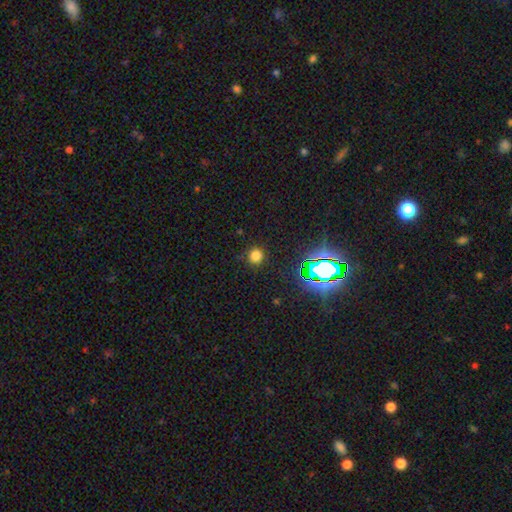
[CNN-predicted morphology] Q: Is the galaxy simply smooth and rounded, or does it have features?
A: smooth — 73%.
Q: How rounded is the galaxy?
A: round — 89%.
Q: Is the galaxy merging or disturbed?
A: none — 86%.